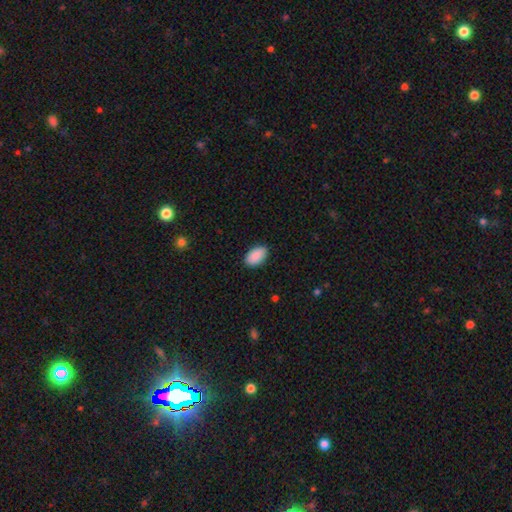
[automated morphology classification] Q: Smooth or featured?
A: smooth (91%); runner-up: star or artifact (6%)
Q: How rounded?
A: in between (94%); runner-up: round (5%)
Q: Merging?
A: none (88%); runner-up: minor disturbance (9%)